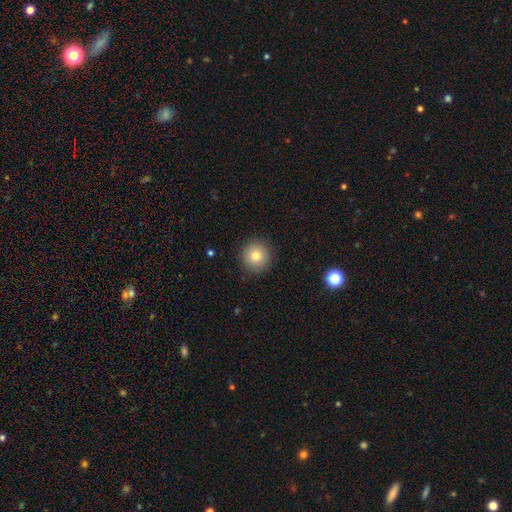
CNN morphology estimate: Q: Smooth or featured?
A: smooth (81%); runner-up: star or artifact (10%)
Q: How rounded?
A: round (95%); runner-up: in between (4%)
Q: Merging?
A: none (91%); runner-up: minor disturbance (6%)